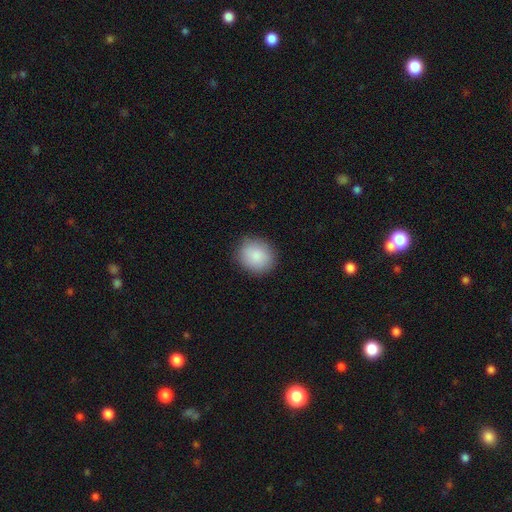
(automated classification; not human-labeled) smooth 88%, star or artifact 7%, featured or disk 5%. Down the decision tree: how rounded — round (73%); merging — none (88%).